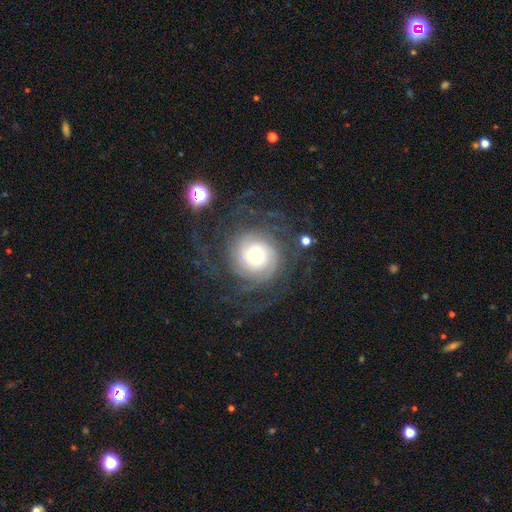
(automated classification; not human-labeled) Smooth or featured?
  - featured or disk: 81% *
  - smooth: 11%
  - star or artifact: 8%
Edge-on disk?
  - no: 98% *
  - yes: 2%
Bar?
  - no: 80% *
  - weak: 15%
  - strong: 5%
Spiral arms?
  - yes: 96% *
  - no: 4%
Spiral winding?
  - tight: 63% *
  - medium: 25%
  - loose: 12%
Spiral arm count?
  - can't tell: 27% *
  - 2: 20%
  - 3: 17%
  - 4: 15%
  - more than 4: 12%
  - 1: 10%
Bulge size?
  - large: 39% *
  - moderate: 27%
  - small: 21%
  - dominant: 11%
  - none: 2%
Merging?
  - none: 68% *
  - major disturbance: 18%
  - minor disturbance: 12%
  - merger: 2%